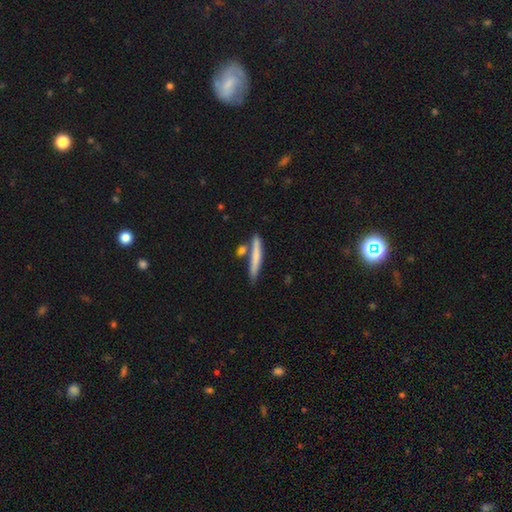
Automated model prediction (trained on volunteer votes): Q: Smooth or featured?
A: smooth (71%); runner-up: featured or disk (23%)
Q: How rounded?
A: cigar-shaped (92%); runner-up: in between (6%)
Q: Merging?
A: none (71%); runner-up: minor disturbance (13%)